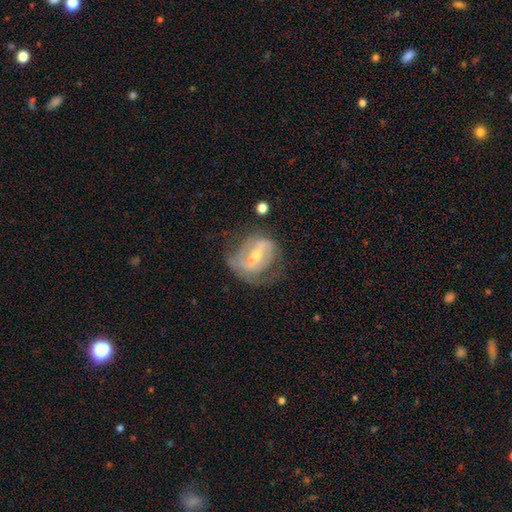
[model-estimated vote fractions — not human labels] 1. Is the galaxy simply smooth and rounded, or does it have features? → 74% featured or disk, 19% smooth, 7% star or artifact.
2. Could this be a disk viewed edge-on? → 94% no, 6% yes.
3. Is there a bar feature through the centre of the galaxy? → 53% strong, 34% weak, 14% no.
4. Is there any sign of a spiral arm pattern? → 65% yes, 35% no.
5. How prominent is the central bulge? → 52% small, 43% moderate, 2% large, 2% none, 1% dominant.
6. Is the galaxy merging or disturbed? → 45% none, 26% minor disturbance, 25% major disturbance, 4% merger.